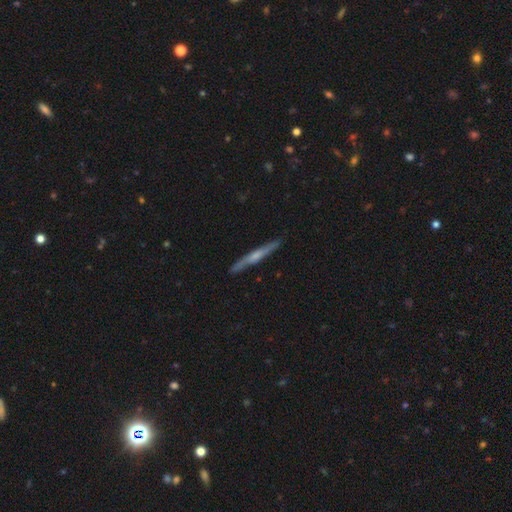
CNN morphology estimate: Smooth or featured: featured or disk — 62% (smooth — 32%)
Edge-on disk: yes — 95% (no — 5%)
Edge-on bulge: rounded — 54% (none — 34%)
Merging: none — 87% (minor disturbance — 10%)